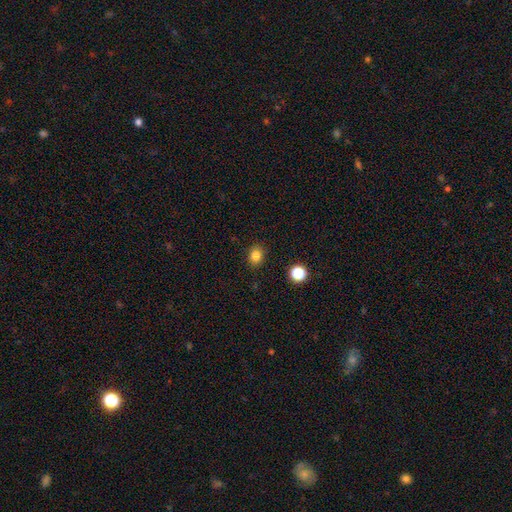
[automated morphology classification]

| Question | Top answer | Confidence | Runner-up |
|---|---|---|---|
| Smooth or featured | smooth | 82% | star or artifact (13%) |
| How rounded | round | 59% | in between (41%) |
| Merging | none | 88% | minor disturbance (8%) |